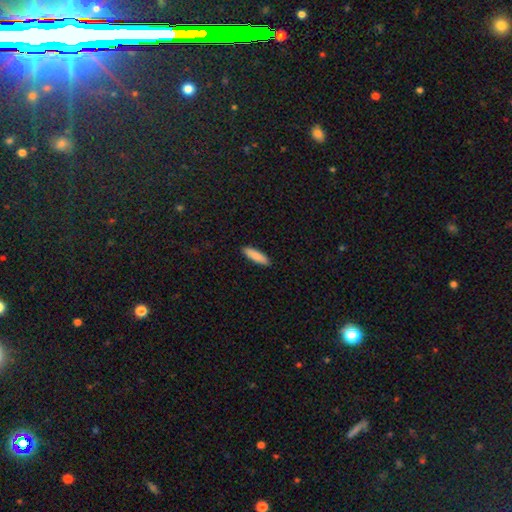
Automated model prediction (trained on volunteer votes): The model was most divided on "how rounded": cigar-shaped: 65%, in between: 34%, round: 2%. More confident: merging — none (91%); smooth or featured — smooth (88%).